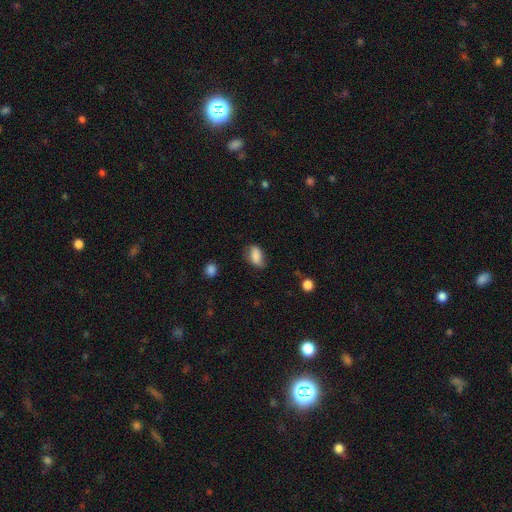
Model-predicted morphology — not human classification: smooth-or-featured: smooth: 82% | featured or disk: 10% | star or artifact: 8%
  how-rounded: in between: 88% | round: 8% | cigar-shaped: 4%
  merging: none: 64% | minor disturbance: 27% | major disturbance: 7% | merger: 2%